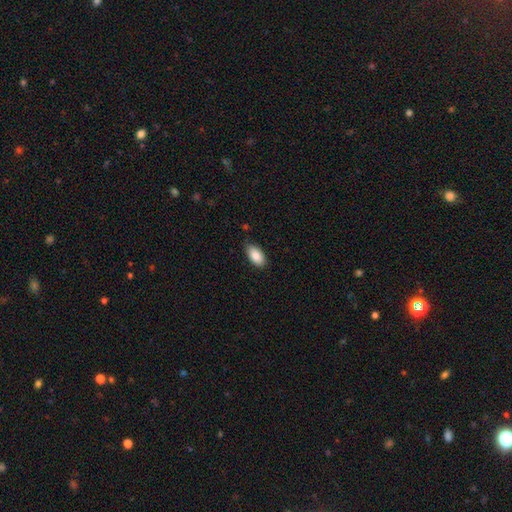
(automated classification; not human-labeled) A smooth galaxy with no disk features (88%) that is in between round and cigar-shaped (94%).

Vote fractions:
- Smooth or featured? smooth: 88% / star or artifact: 7% / featured or disk: 5%
- How rounded? in between: 94% / cigar-shaped: 3% / round: 3%
- Merging? none: 81% / minor disturbance: 15% / major disturbance: 2% / merger: 1%